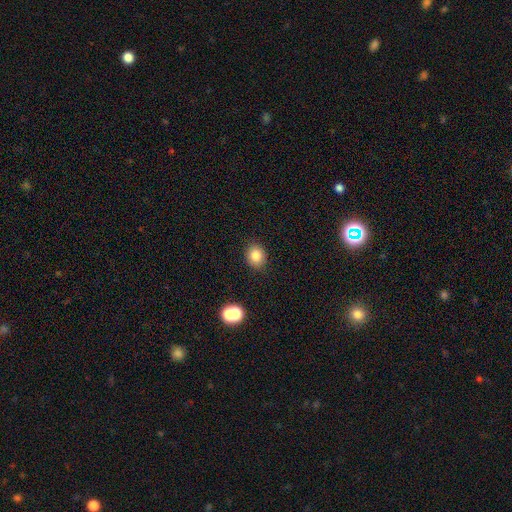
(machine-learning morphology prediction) A smooth galaxy with no disk features (82%) that is round (66%). Merging: none (88%).